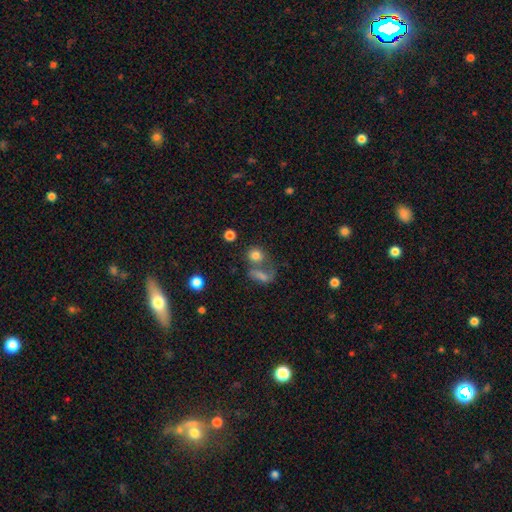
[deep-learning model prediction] A smooth galaxy with no disk features (78%) that is round (77%).

Vote fractions:
- Smooth or featured? smooth: 78% / star or artifact: 12% / featured or disk: 10%
- How rounded? round: 77% / in between: 21% / cigar-shaped: 2%
- Merging? none: 45% / merger: 37% / minor disturbance: 10% / major disturbance: 9%